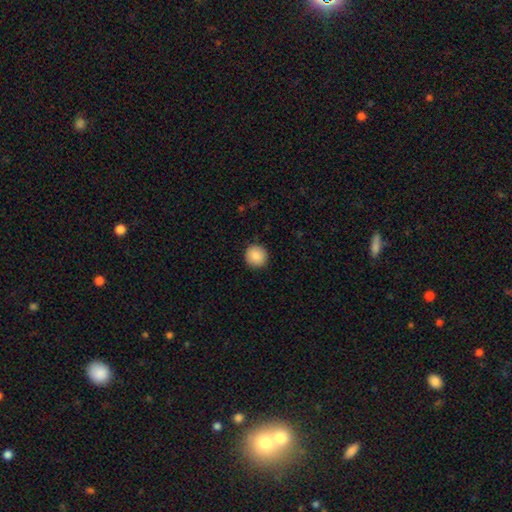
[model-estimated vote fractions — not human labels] Smooth or featured?
  - smooth: 88% *
  - star or artifact: 8%
  - featured or disk: 4%
How rounded?
  - round: 94% *
  - in between: 5%
  - cigar-shaped: 1%
Merging?
  - none: 91% *
  - minor disturbance: 6%
  - major disturbance: 2%
  - merger: 1%